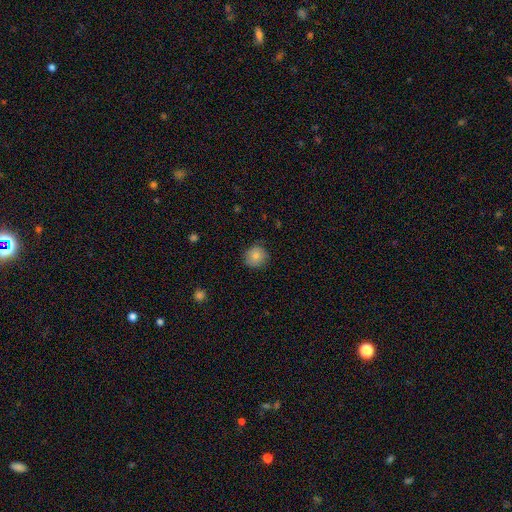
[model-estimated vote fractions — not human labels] Smooth or featured? Predicted: smooth (p=0.83). How rounded? Predicted: round (p=0.91). Merging? Predicted: none (p=0.83).